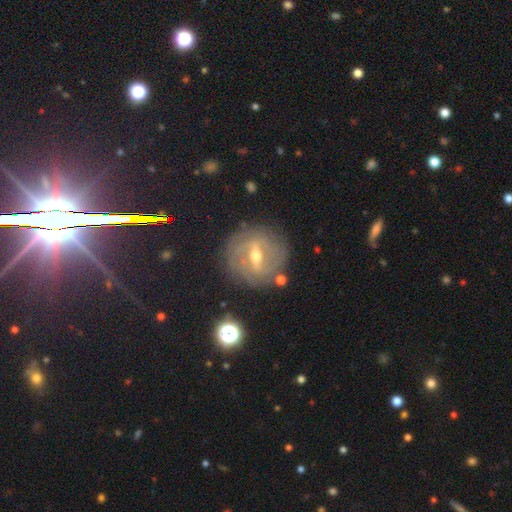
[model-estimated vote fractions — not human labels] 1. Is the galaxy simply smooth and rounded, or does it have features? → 76% featured or disk, 13% star or artifact, 12% smooth.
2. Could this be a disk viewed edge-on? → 85% no, 15% yes.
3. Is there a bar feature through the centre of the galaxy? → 53% strong, 37% weak, 10% no.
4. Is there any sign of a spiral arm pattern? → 79% yes, 21% no.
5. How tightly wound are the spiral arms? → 66% tight, 25% medium, 9% loose.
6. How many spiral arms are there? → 44% can't tell, 27% 2, 11% 3, 8% 4, 5% more than 4, 5% 1.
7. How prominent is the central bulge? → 60% moderate, 35% small, 2% large, 1% none, 1% dominant.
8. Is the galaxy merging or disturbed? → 82% none, 11% minor disturbance, 4% major disturbance, 2% merger.